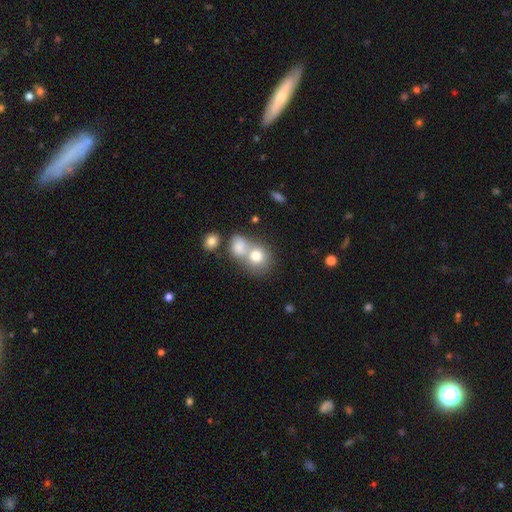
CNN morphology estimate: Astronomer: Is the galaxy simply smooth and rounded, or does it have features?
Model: smooth — 77%.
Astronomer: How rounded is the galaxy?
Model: round — 75%.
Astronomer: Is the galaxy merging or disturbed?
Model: merger — 54% (runner-up: none, 34%).